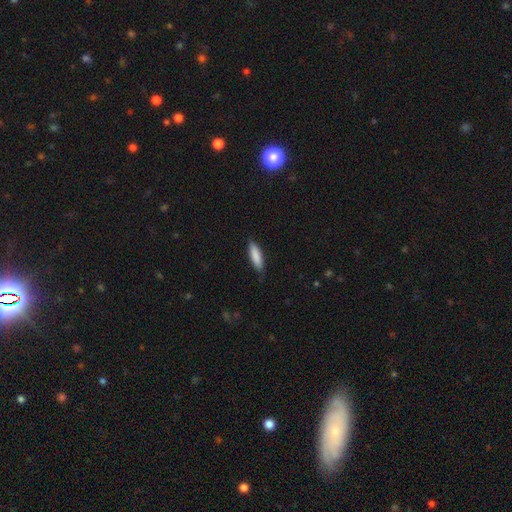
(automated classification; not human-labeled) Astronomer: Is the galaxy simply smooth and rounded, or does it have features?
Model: smooth — 86%.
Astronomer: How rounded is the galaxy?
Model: cigar-shaped — 58% (runner-up: in between, 40%).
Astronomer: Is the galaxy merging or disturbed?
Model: none — 83%.